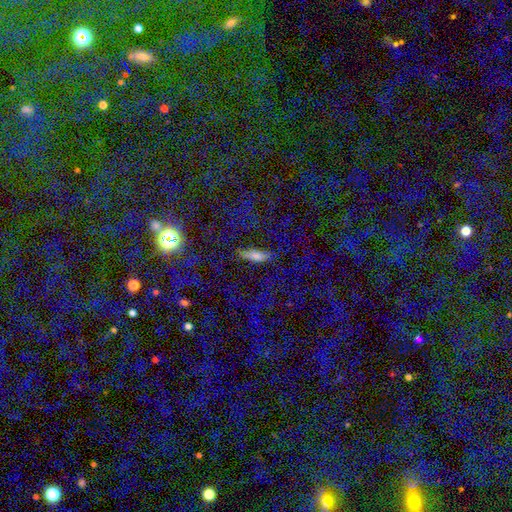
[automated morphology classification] type=smooth (68%); roundness=in between (58%); merging=none (73%).